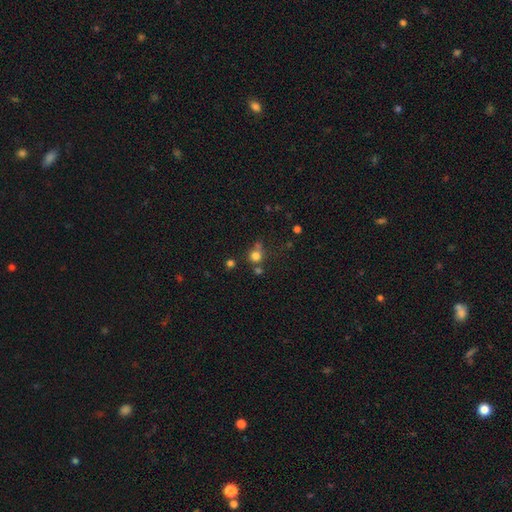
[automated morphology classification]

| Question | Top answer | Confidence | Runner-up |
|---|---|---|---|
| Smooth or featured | smooth | 75% | star or artifact (17%) |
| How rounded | round | 88% | in between (11%) |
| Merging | none | 57% | merger (24%) |